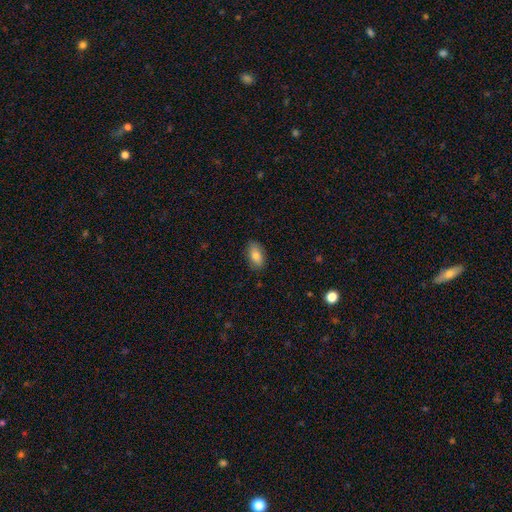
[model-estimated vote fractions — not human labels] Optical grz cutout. It shows a smooth galaxy with no disk features (82%) that is in between round and cigar-shaped (91%). Merging: none (86%).